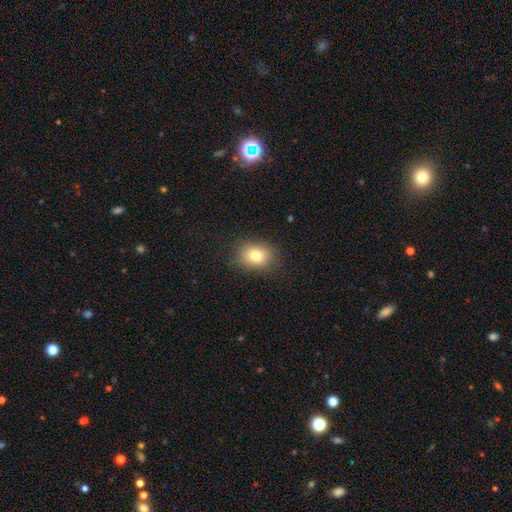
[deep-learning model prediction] Smooth or featured: smooth — 80% (star or artifact — 11%)
How rounded: in between — 57% (round — 42%)
Merging: none — 84% (minor disturbance — 11%)